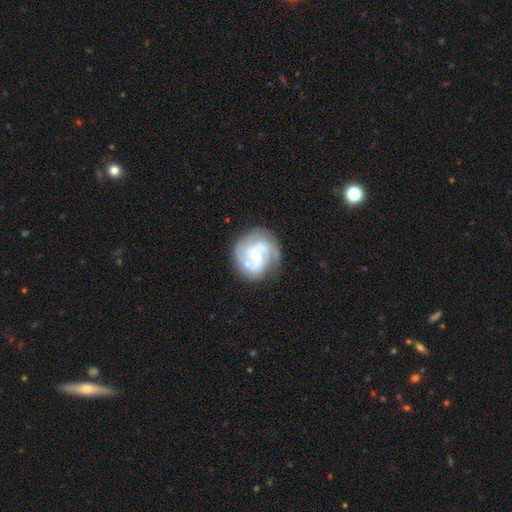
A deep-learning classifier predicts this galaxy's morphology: A featured or disk galaxy (75%) with no bar (45%), 2 (55%) medium (44%) spiral arms (88%) and a small central bulge (56%). Merging: none (63%).